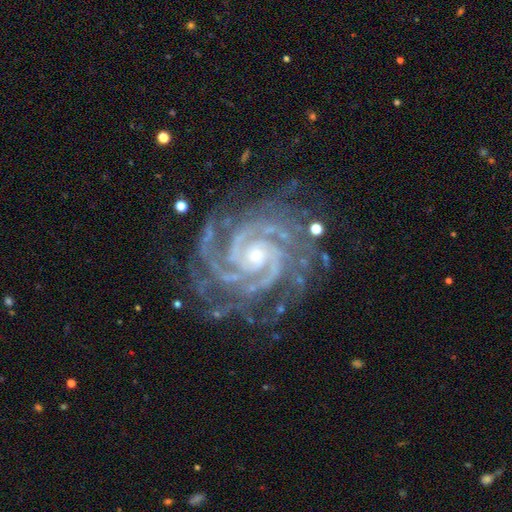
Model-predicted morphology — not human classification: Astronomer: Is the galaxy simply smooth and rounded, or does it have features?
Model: featured or disk — 93%.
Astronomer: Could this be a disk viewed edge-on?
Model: no — 98%.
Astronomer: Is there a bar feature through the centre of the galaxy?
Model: no — 68%.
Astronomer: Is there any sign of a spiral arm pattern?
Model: yes — 99%.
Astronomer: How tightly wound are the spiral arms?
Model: tight — 75%.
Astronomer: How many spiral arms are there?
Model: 3 — 28% (runner-up: 2, 24%).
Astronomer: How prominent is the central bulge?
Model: small — 59% (runner-up: moderate, 36%).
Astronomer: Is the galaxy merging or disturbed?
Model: none — 75%.